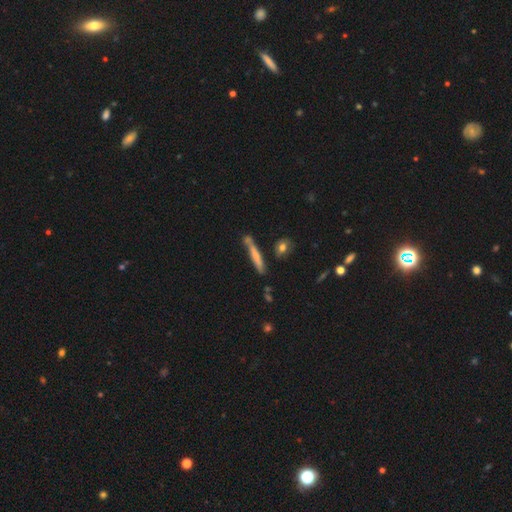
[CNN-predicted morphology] Overall: smooth (57%; featured or disk 35%). How rounded: cigar-shaped (93%). Merging: none (70%).